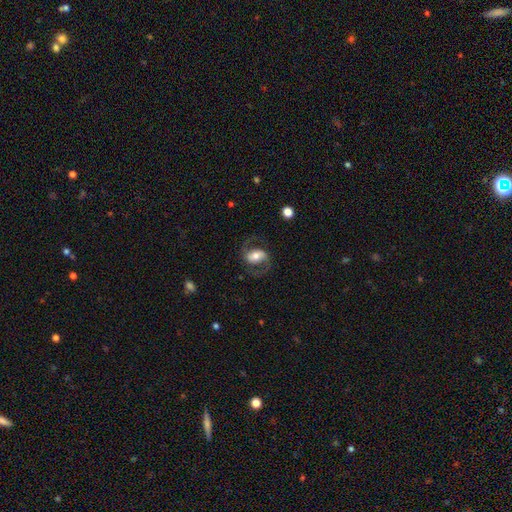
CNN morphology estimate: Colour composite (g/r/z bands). It shows a featured or disk galaxy (75%) with a weak bar (35%), 2 (92%) medium (54%) spiral arms (92%) and a moderate central bulge (59%). Merging: none (73%).